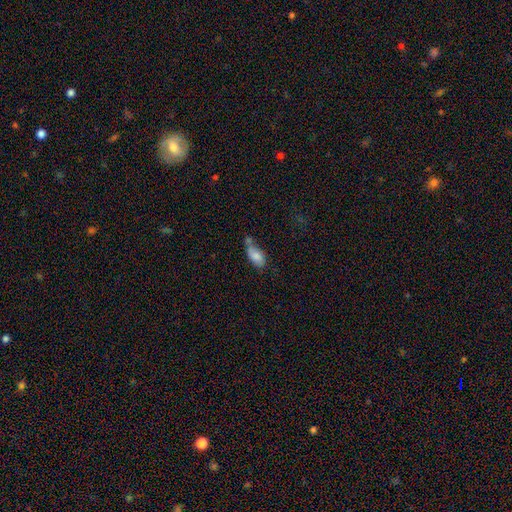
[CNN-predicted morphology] smooth-or-featured: smooth: 80% | featured or disk: 12% | star or artifact: 8%
  how-rounded: in between: 89% | cigar-shaped: 7% | round: 4%
  merging: none: 35% | merger: 30% | minor disturbance: 24% | major disturbance: 10%